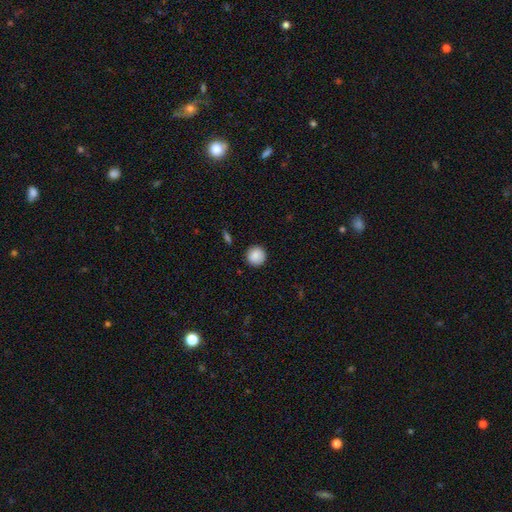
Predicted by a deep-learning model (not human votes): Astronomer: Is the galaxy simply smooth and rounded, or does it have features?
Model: smooth — 89%.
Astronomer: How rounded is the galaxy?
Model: round — 95%.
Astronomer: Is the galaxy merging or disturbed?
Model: none — 92%.